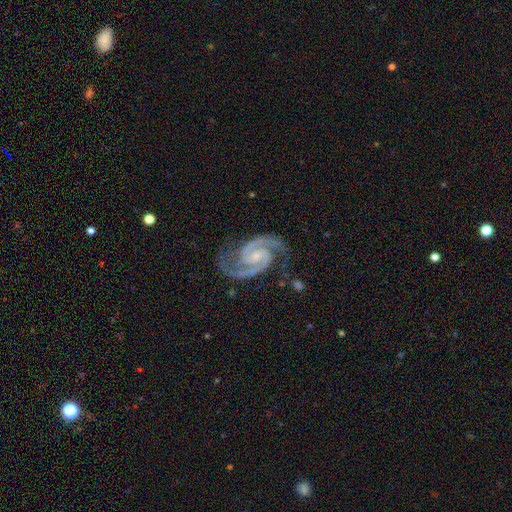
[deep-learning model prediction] Q: Smooth or featured?
A: featured or disk (94%); runner-up: star or artifact (4%)
Q: Edge-on disk?
A: no (98%); runner-up: yes (2%)
Q: Bar?
A: no (47%); runner-up: weak (40%)
Q: Spiral arms?
A: yes (99%); runner-up: no (1%)
Q: Spiral winding?
A: medium (58%); runner-up: tight (35%)
Q: Spiral arm count?
A: 2 (94%); runner-up: 3 (2%)
Q: Bulge size?
A: small (56%); runner-up: moderate (29%)
Q: Merging?
A: none (78%); runner-up: minor disturbance (15%)